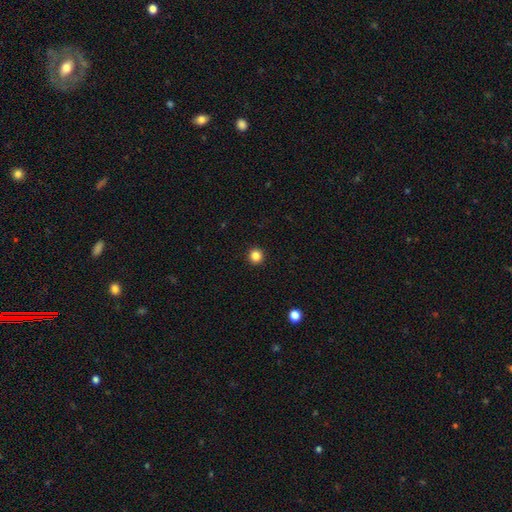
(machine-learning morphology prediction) Smooth or featured: smooth — 85% (star or artifact — 12%)
How rounded: round — 95% (in between — 4%)
Merging: none — 94% (minor disturbance — 4%)